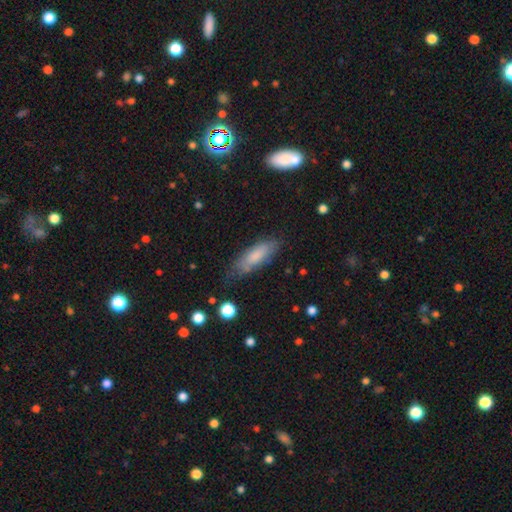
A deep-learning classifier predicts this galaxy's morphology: This is likely a smooth galaxy (76%). How rounded: possibly in between (53%). Merging: likely none (64%).